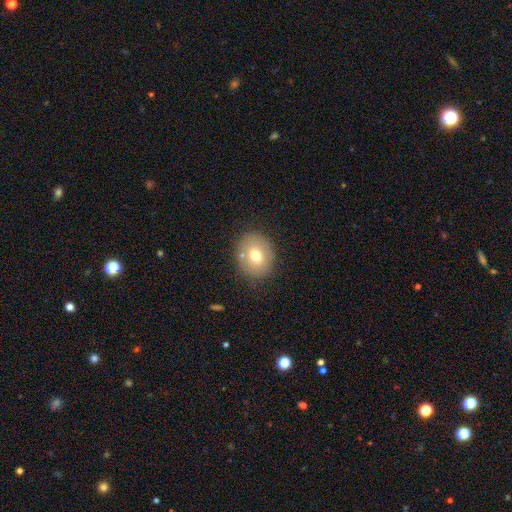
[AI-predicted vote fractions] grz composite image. It shows a smooth galaxy with no disk features (70%) that is round (61%). Merging: none (79%).